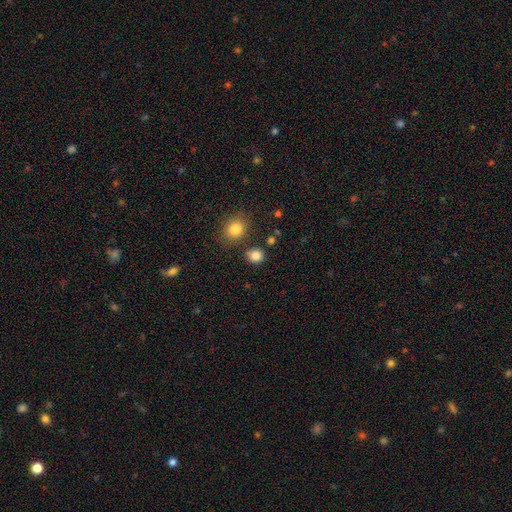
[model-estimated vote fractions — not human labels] Overall: smooth (85%). How rounded: round (79%). Merging: none (80%).